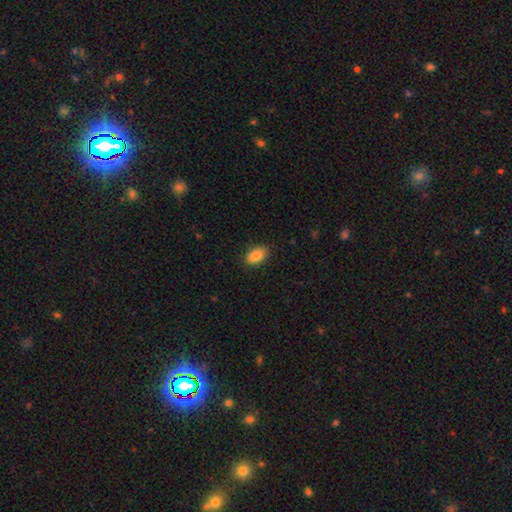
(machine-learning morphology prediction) Overall: smooth (87%). How rounded: in between (89%). Merging: none (87%).